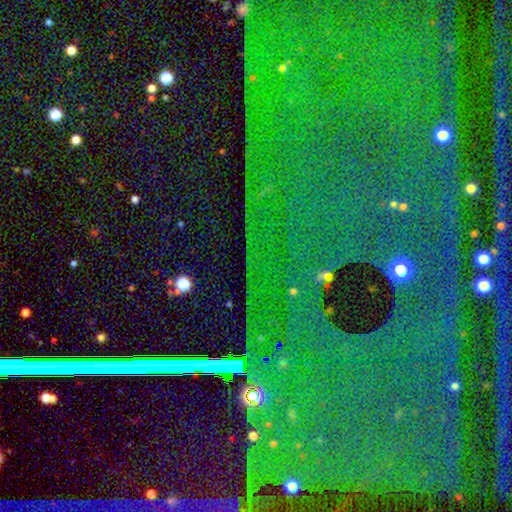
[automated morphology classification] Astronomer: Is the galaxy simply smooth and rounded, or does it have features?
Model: star or artifact — 82%.